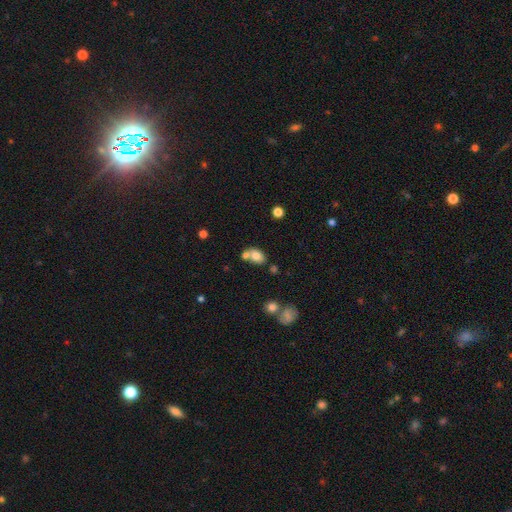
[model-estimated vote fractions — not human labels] This appears to be a smooth galaxy with no disk features (77%) that is in between round and cigar-shaped (75%). Merging: none (45%).